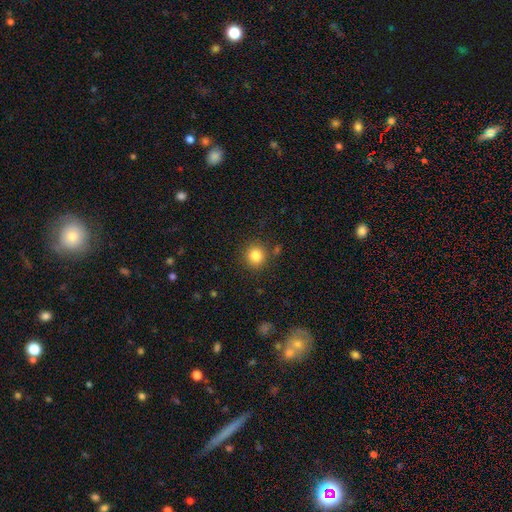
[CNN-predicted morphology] The model was most divided on "smooth or featured": smooth: 84%, star or artifact: 11%, featured or disk: 5%. More confident: how rounded — round (92%); merging — none (86%).